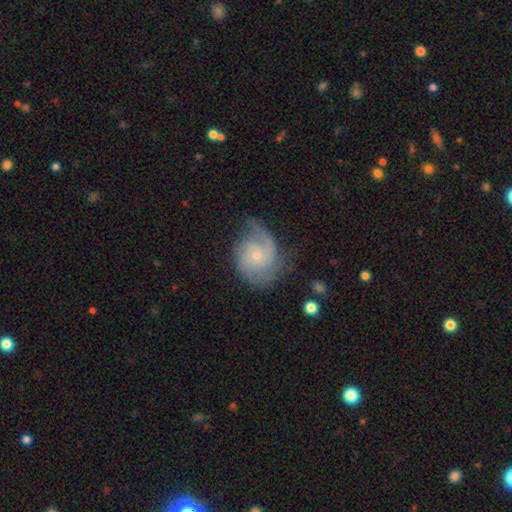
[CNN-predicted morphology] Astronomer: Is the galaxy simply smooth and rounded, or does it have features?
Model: featured or disk — 81%.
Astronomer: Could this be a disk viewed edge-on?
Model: no — 98%.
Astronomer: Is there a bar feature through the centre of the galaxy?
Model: no — 69%.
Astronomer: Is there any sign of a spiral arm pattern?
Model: yes — 95%.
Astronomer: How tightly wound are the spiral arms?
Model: medium — 43% (runner-up: tight, 37%).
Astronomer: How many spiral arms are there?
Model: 2 — 44% (runner-up: 3, 19%).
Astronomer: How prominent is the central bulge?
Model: small — 73%.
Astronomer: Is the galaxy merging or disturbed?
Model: none — 59%.